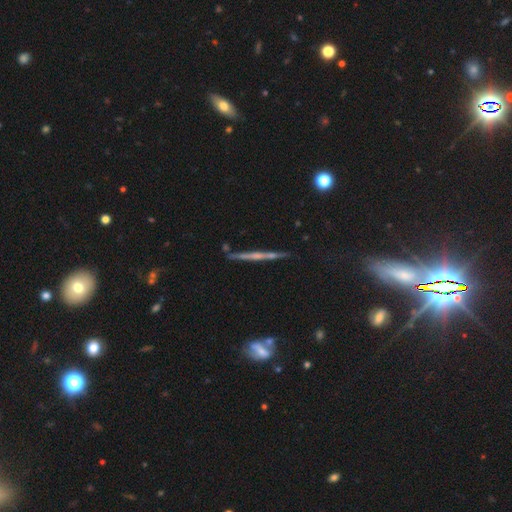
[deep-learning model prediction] smooth_or_featured: featured or disk (p=0.50) [alt: star or artifact p=0.30]
merging: none (p=0.74) [alt: minor disturbance p=0.13]